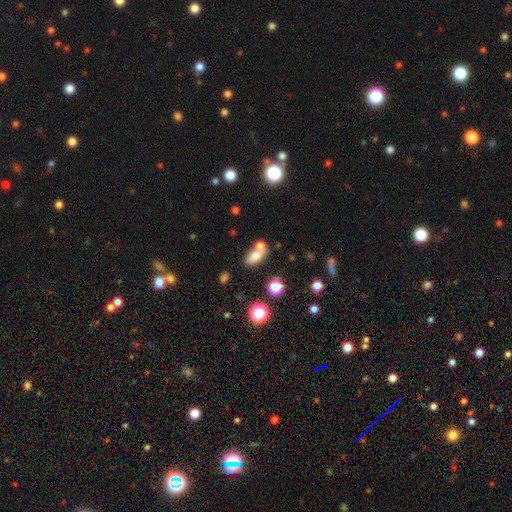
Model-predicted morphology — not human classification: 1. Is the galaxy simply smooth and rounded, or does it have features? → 73% smooth, 15% featured or disk, 12% star or artifact.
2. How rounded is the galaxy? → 82% in between, 12% round, 6% cigar-shaped.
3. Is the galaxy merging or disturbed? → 45% merger, 39% none, 11% minor disturbance, 6% major disturbance.